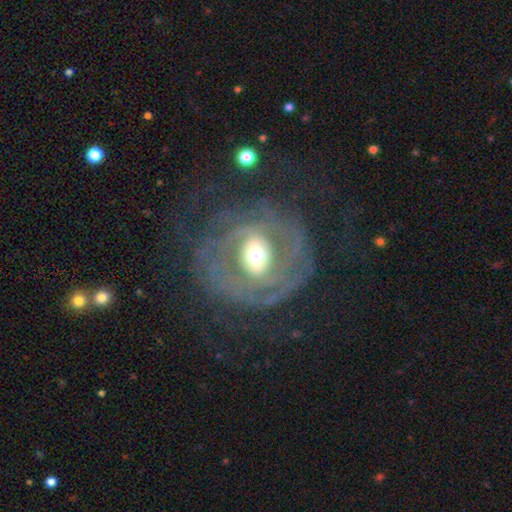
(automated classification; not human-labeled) Smooth or featured?
  - featured or disk: 78% *
  - smooth: 14%
  - star or artifact: 8%
Edge-on disk?
  - no: 95% *
  - yes: 5%
Bar?
  - no: 46% *
  - weak: 33%
  - strong: 21%
Spiral arms?
  - yes: 75% *
  - no: 25%
Spiral winding?
  - tight: 54% *
  - medium: 29%
  - loose: 16%
Spiral arm count?
  - 2: 35% *
  - can't tell: 34%
  - 3: 10%
  - 1: 8%
  - 4: 7%
  - more than 4: 6%
Bulge size?
  - moderate: 60% *
  - large: 19%
  - small: 17%
  - dominant: 3%
  - none: 1%
Merging?
  - none: 68% *
  - major disturbance: 15%
  - minor disturbance: 14%
  - merger: 2%